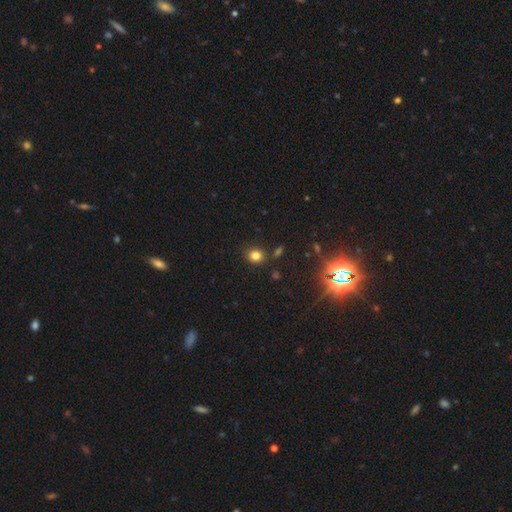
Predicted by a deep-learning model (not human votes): Overall: smooth (79%). How rounded: round (75%). Merging: none (82%).